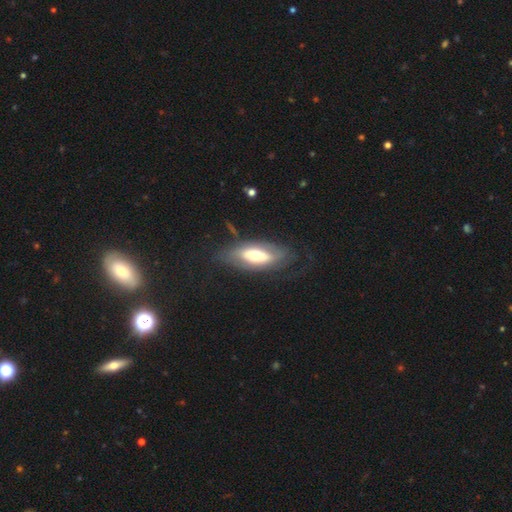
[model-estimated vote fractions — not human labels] This is possibly a featured or disk galaxy (57%). It is clearly not viewed edge-on (83%). Merging: likely none (61%).